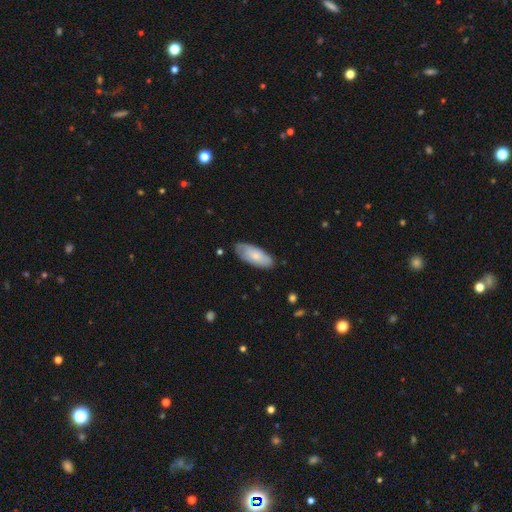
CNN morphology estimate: A smooth galaxy with no disk features (68%) that is in between round and cigar-shaped (84%).

Vote fractions:
- Smooth or featured? smooth: 68% / featured or disk: 26% / star or artifact: 6%
- How rounded? in between: 84% / cigar-shaped: 14% / round: 2%
- Merging? none: 75% / minor disturbance: 20% / major disturbance: 4% / merger: 1%